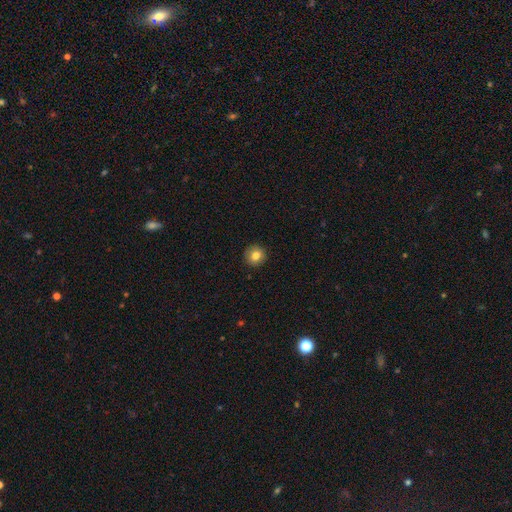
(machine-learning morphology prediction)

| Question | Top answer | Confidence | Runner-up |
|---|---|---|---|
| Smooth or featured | smooth | 82% | star or artifact (10%) |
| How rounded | round | 94% | in between (5%) |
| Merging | none | 92% | minor disturbance (5%) |